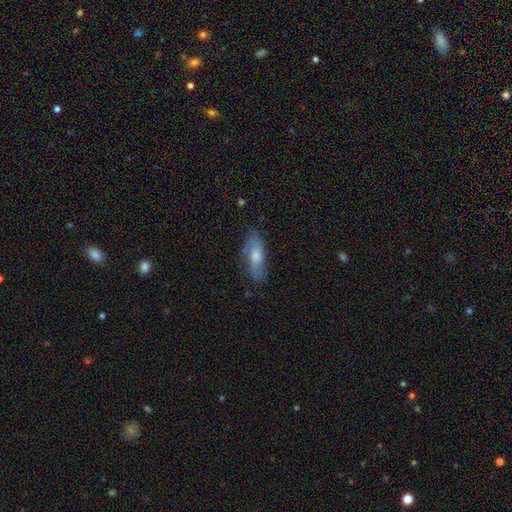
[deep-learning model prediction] This appears to be a featured or disk galaxy (49%). Merging: none (72%).